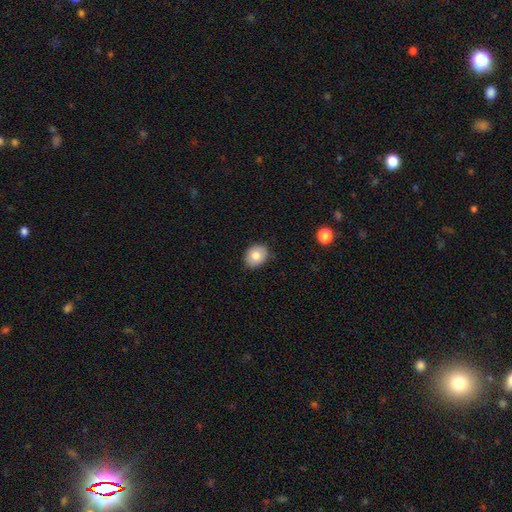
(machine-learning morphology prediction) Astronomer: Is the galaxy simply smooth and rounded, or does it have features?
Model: smooth — 81%.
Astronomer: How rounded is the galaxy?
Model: in between — 60% (runner-up: round, 39%).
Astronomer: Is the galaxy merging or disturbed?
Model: none — 86%.